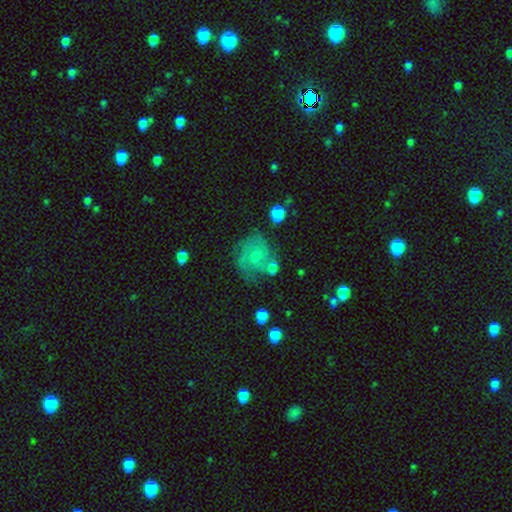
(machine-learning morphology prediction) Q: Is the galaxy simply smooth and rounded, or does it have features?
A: featured or disk — 54%.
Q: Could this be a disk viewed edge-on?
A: no — 98%.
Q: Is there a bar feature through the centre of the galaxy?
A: no — 71%.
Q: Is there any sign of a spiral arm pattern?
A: yes — 77%.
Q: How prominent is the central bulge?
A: small — 63%.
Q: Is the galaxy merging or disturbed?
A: none — 51%.